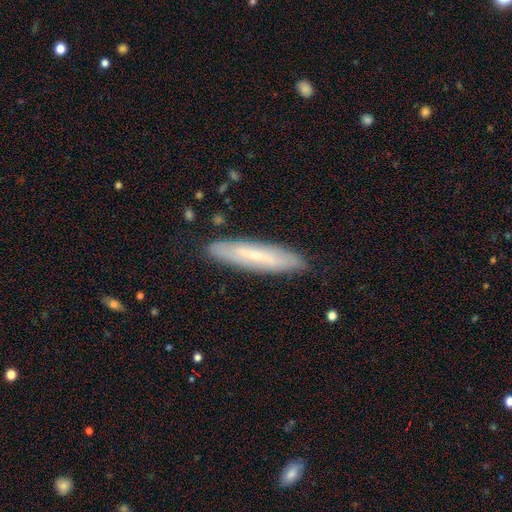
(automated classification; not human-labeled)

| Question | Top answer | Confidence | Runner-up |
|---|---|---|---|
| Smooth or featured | smooth | 51% | featured or disk (42%) |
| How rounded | cigar-shaped | 83% | in between (16%) |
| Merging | none | 87% | minor disturbance (10%) |